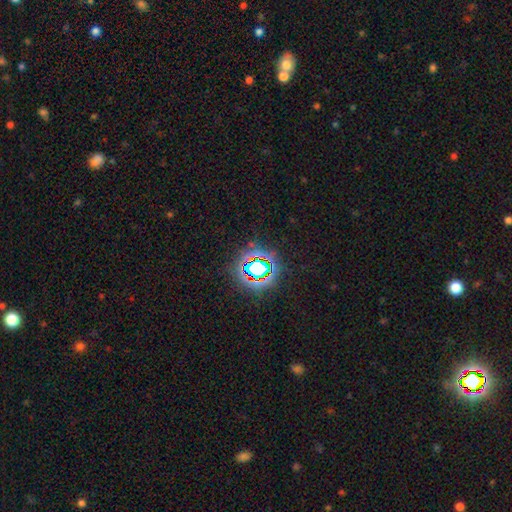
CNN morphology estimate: Smooth or featured? star or artifact (79%)